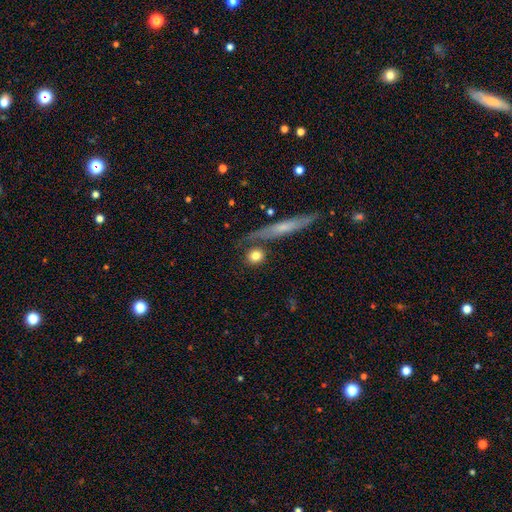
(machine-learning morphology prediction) This is likely a smooth galaxy (78%). How rounded: likely round (80%). Merging: likely none (74%).